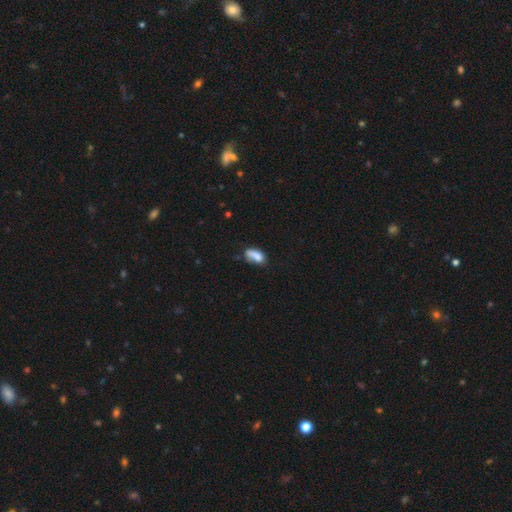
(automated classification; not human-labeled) This is likely a smooth galaxy (76%). How rounded: clearly in between (86%). Merging: marginally none (40%).